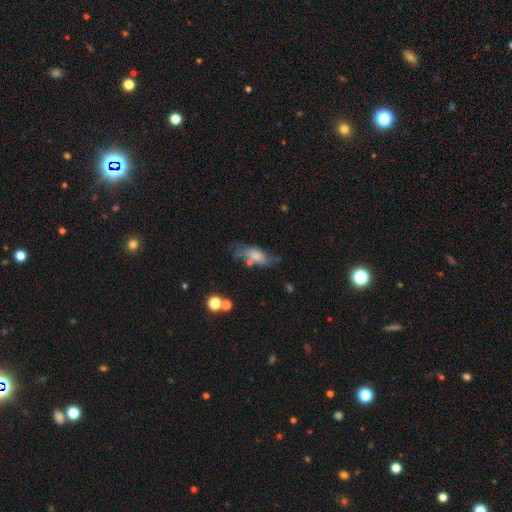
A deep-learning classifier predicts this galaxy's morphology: smooth 63%, featured or disk 28%, star or artifact 9%. Down the decision tree: how rounded — in between (72%); merging — none (45%).